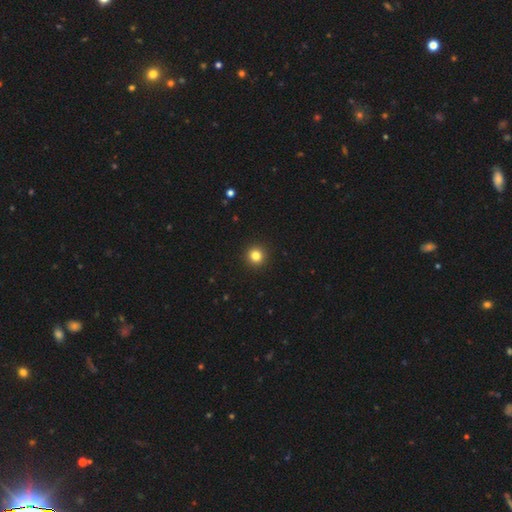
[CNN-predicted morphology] This is clearly a smooth galaxy (83%). How rounded: clearly round (94%). Merging: clearly none (94%).